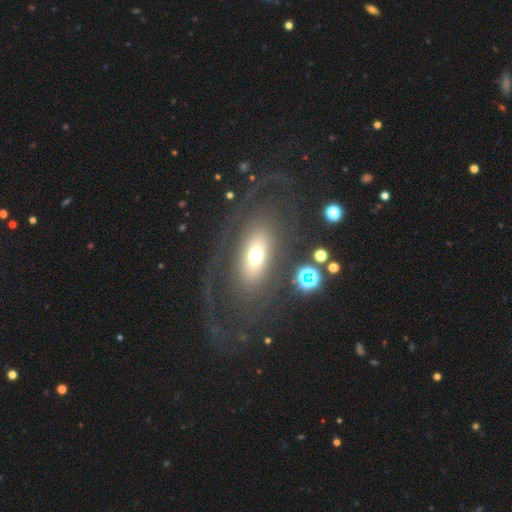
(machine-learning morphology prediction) Smooth or featured? smooth (44%, tied with featured or disk)
Merging? none (66%)